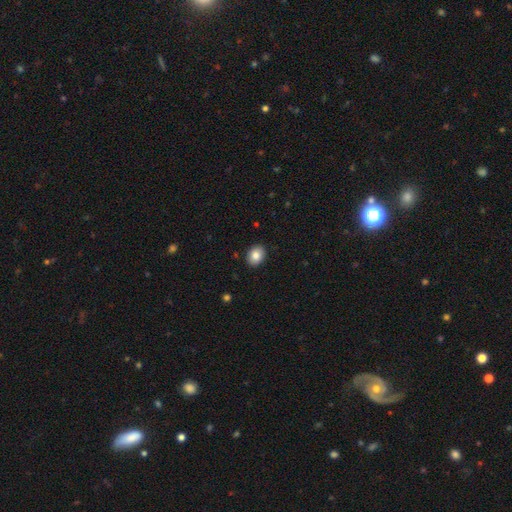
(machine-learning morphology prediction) type=smooth (85%); roundness=in between (59%); merging=none (90%).